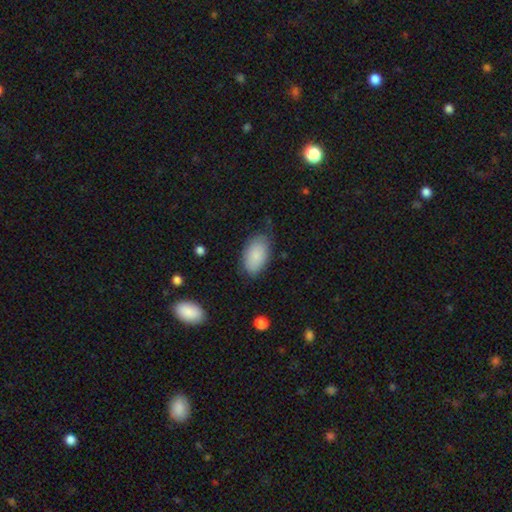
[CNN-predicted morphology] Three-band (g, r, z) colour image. It shows a smooth galaxy with no disk features (86%) that is in between round and cigar-shaped (95%). Merging: none (74%).